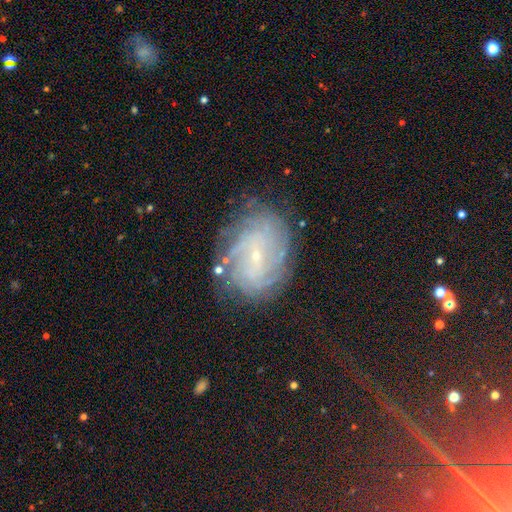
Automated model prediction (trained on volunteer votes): Smooth or featured? Predicted: featured or disk (p=0.75). Edge-on disk? Predicted: no (p=0.96). Bar? Predicted: no (p=0.45). Spiral arms? Predicted: yes (p=0.94). Spiral winding? Predicted: tight (p=0.70). Spiral arm count? Predicted: can't tell (p=0.44). Bulge size? Predicted: small (p=0.85). Merging? Predicted: none (p=0.75).